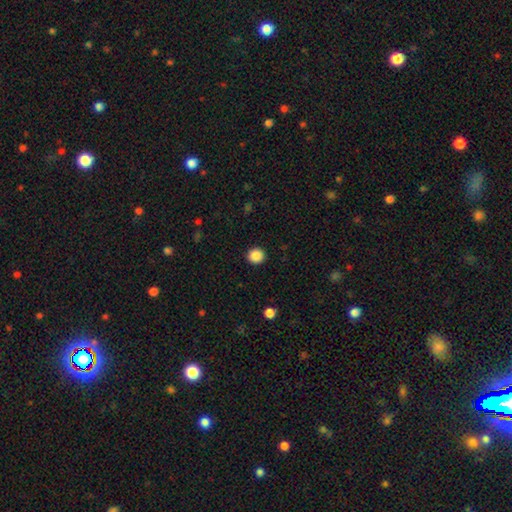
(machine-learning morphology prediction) type=smooth (88%); roundness=round (93%); merging=none (92%).